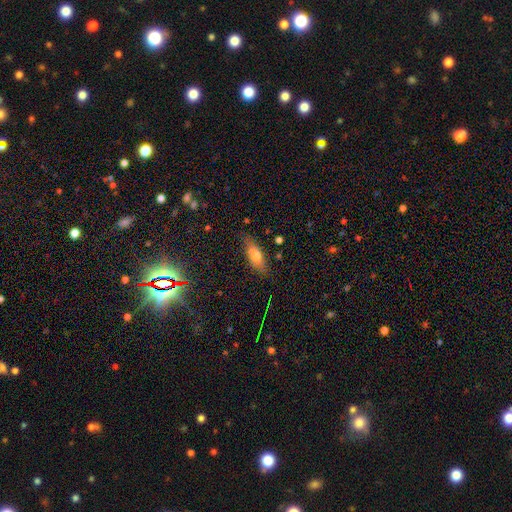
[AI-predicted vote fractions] Smooth or featured: smooth — 65% (featured or disk — 25%)
How rounded: in between — 71% (cigar-shaped — 25%)
Merging: none — 77% (minor disturbance — 17%)